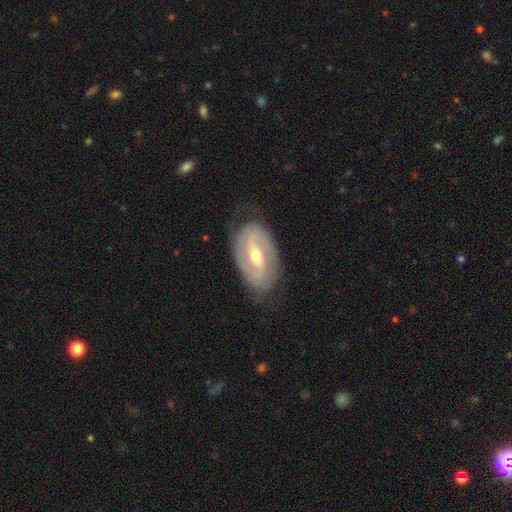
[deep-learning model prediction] Smooth or featured?
  - featured or disk: 82% *
  - smooth: 13%
  - star or artifact: 5%
Edge-on disk?
  - no: 94% *
  - yes: 6%
Bar?
  - weak: 42% *
  - strong: 38%
  - no: 19%
Spiral arms?
  - yes: 86% *
  - no: 14%
Spiral winding?
  - tight: 44% *
  - medium: 39%
  - loose: 17%
Spiral arm count?
  - 2: 81% *
  - can't tell: 12%
  - 1: 2%
  - 3: 2%
  - 4: 1%
  - more than 4: 1%
Bulge size?
  - moderate: 61% *
  - small: 35%
  - large: 3%
  - none: 1%
  - dominant: 1%
Merging?
  - none: 76% *
  - minor disturbance: 17%
  - major disturbance: 6%
  - merger: 1%